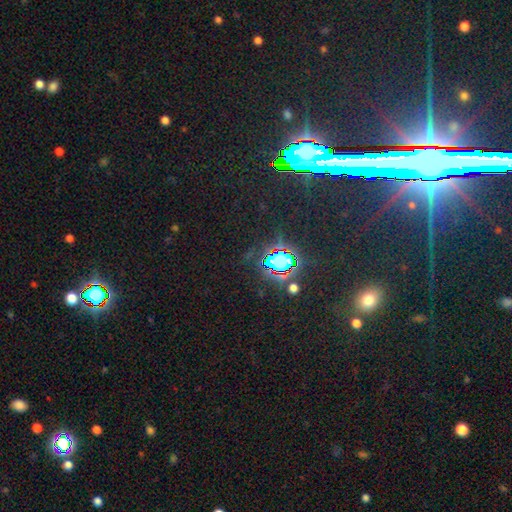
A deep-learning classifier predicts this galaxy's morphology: A star or artifact, not a galaxy (81%).

Vote fractions:
- Smooth or featured? star or artifact: 81% / smooth: 9% / featured or disk: 9%